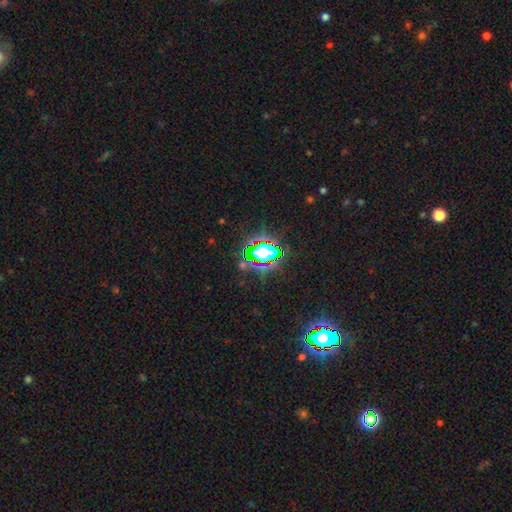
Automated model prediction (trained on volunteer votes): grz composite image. It shows a star or artifact, not a galaxy (79%).